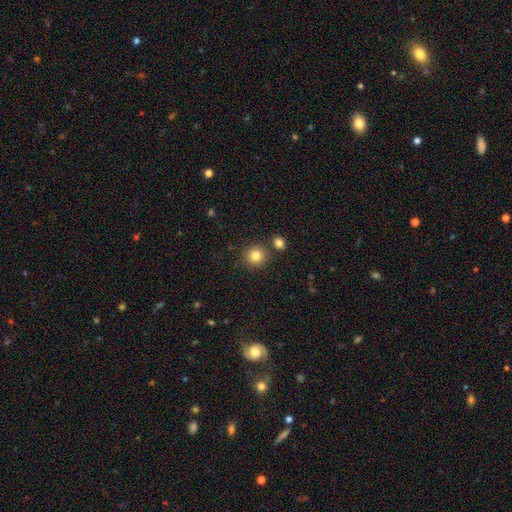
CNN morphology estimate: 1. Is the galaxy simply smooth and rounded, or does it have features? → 83% smooth, 11% star or artifact, 6% featured or disk.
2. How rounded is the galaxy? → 92% round, 7% in between, 1% cigar-shaped.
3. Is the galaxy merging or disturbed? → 83% none, 7% merger, 7% minor disturbance, 2% major disturbance.